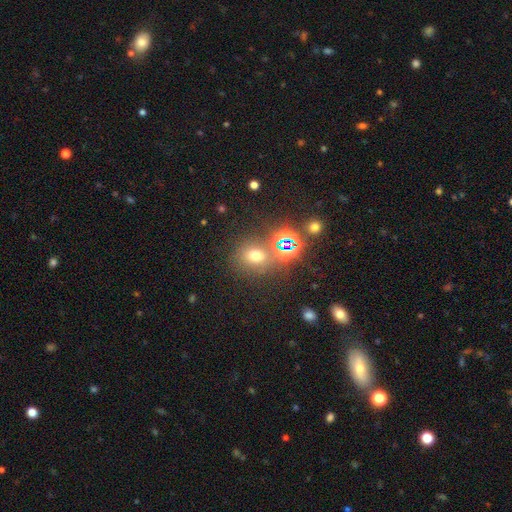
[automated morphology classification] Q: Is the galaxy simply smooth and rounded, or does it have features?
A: smooth — 58%.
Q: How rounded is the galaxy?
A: round — 66%.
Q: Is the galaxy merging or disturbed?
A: none — 70%.